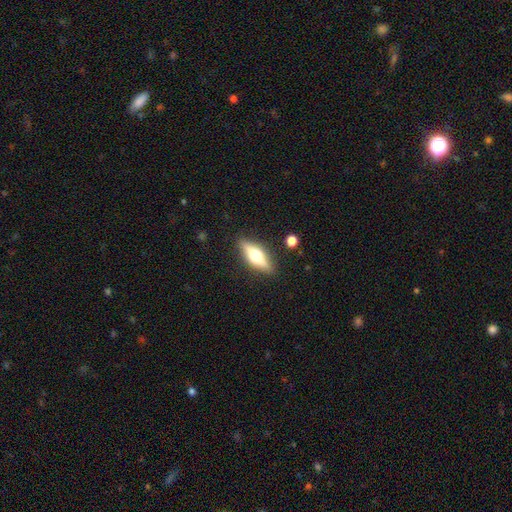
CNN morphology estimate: This appears to be a featured or disk galaxy (56%) viewed edge-on (92%) with a rounded central bulge (94%). Merging: none (88%).